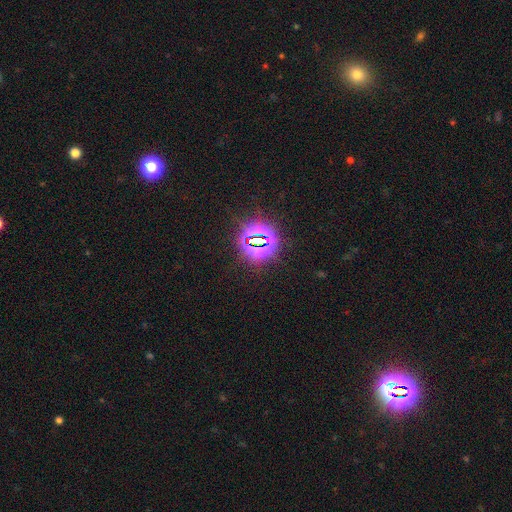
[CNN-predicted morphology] A star or artifact, not a galaxy (81%).